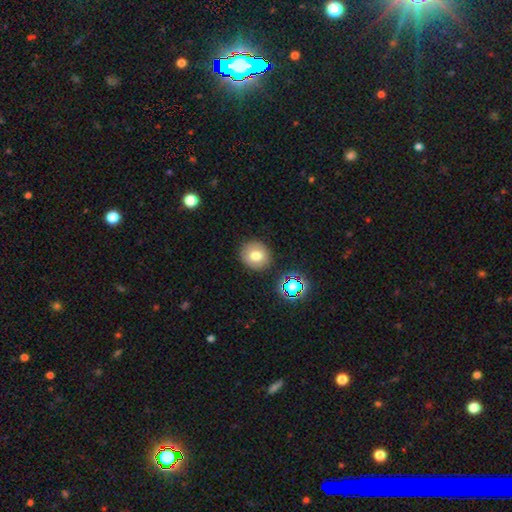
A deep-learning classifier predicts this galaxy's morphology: A smooth galaxy with no disk features (73%) that is round (84%). Merging: none (87%).